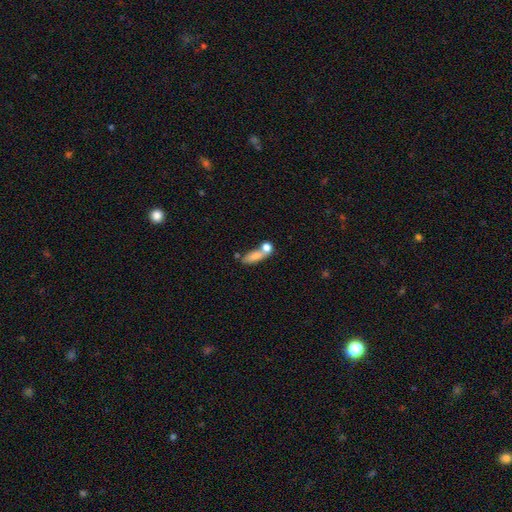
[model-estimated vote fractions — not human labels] Smooth or featured?
  - smooth: 75% *
  - featured or disk: 15%
  - star or artifact: 9%
How rounded?
  - in between: 57% *
  - cigar-shaped: 32%
  - round: 11%
Merging?
  - merger: 40% *
  - none: 39%
  - minor disturbance: 13%
  - major disturbance: 8%